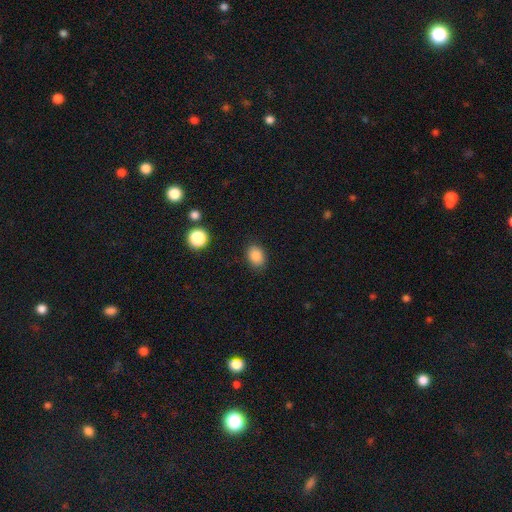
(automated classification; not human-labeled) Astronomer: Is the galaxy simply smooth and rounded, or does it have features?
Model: smooth — 86%.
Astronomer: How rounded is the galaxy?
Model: in between — 68%.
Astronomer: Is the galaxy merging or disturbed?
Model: none — 86%.